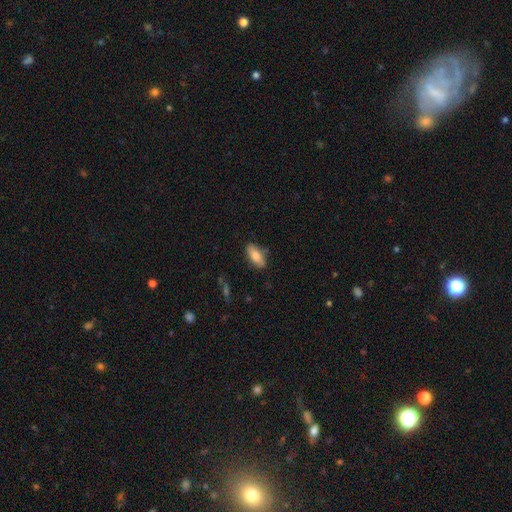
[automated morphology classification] A smooth galaxy with no disk features (84%) that is in between round and cigar-shaped (86%). Merging: none (80%).